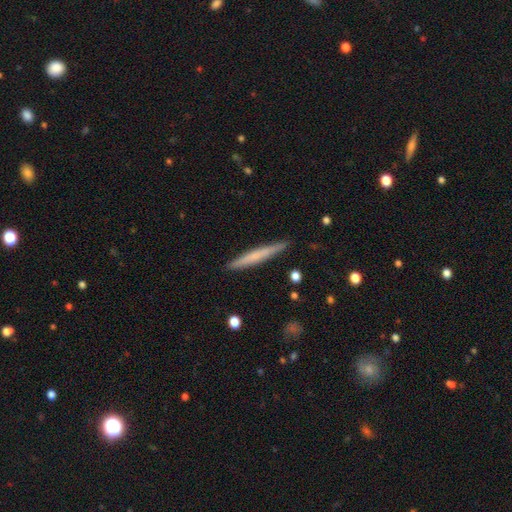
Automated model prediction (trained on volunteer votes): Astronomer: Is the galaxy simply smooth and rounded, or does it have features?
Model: smooth — 56% (runner-up: featured or disk, 38%).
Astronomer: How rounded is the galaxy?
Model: cigar-shaped — 96%.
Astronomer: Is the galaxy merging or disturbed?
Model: none — 90%.